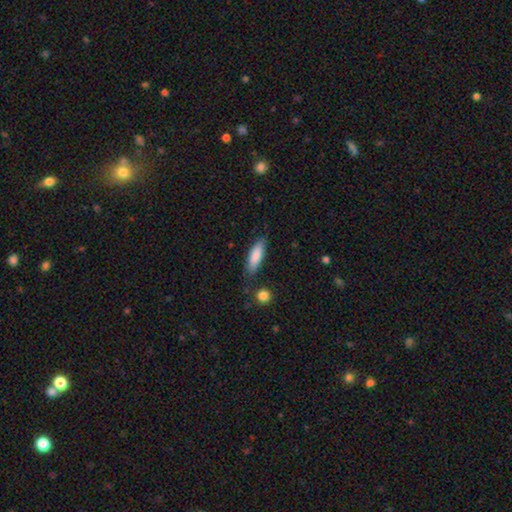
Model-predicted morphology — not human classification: Overall: smooth (83%). How rounded: cigar-shaped (50%; in between 48%). Merging: none (78%).